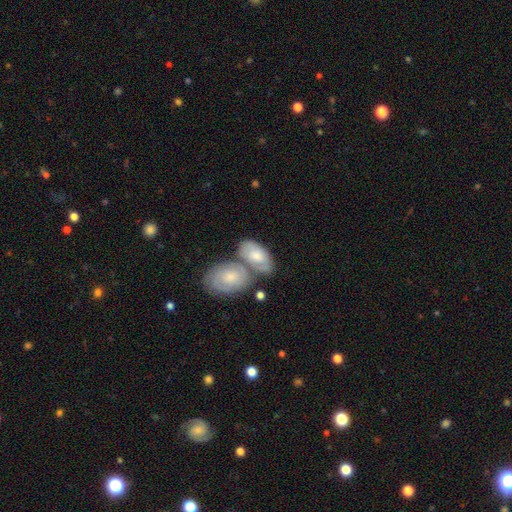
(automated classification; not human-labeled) smooth-or-featured: smooth: 59% | featured or disk: 35% | star or artifact: 5%
  how-rounded: in between: 90% | round: 7% | cigar-shaped: 3%
  merging: merger: 43% | none: 36% | minor disturbance: 15% | major disturbance: 6%